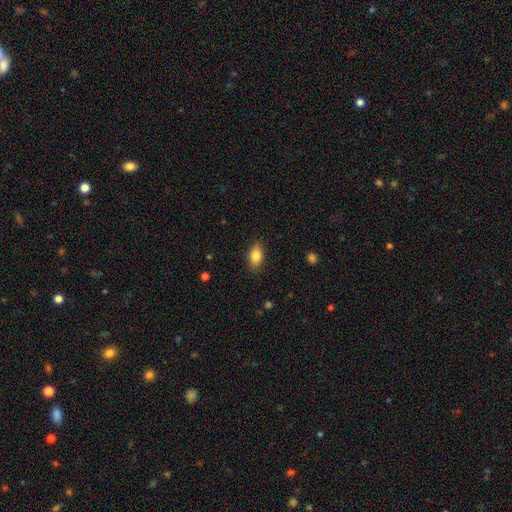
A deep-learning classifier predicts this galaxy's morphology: type=smooth (84%); roundness=in between (88%); merging=none (86%).